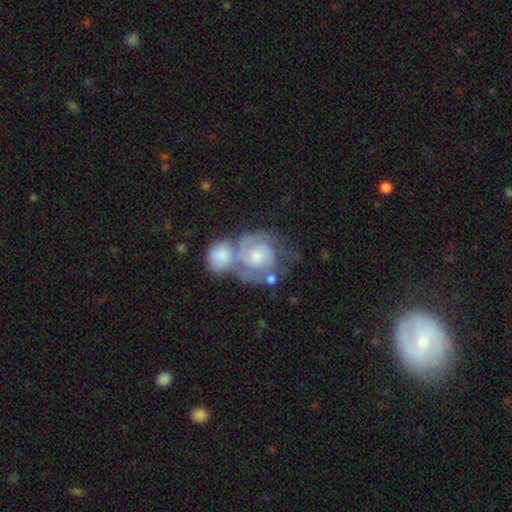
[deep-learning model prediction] Morphology: type=featured or disk (80%); edge-on=no (98%); bar=no (69%); spiral arms=yes (93%); winding=tight (60%); arm count=2 (63%); bulge=moderate (47%); merging=merger (58%).